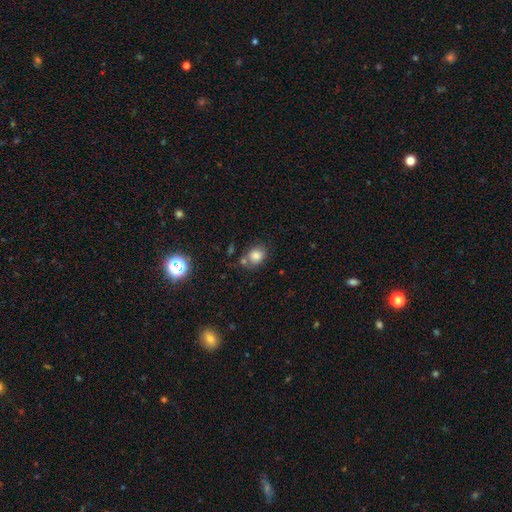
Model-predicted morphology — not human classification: smooth-or-featured: smooth: 79% | star or artifact: 12% | featured or disk: 10%
  how-rounded: round: 62% | in between: 37% | cigar-shaped: 1%
  merging: none: 58% | merger: 18% | minor disturbance: 18% | major disturbance: 6%